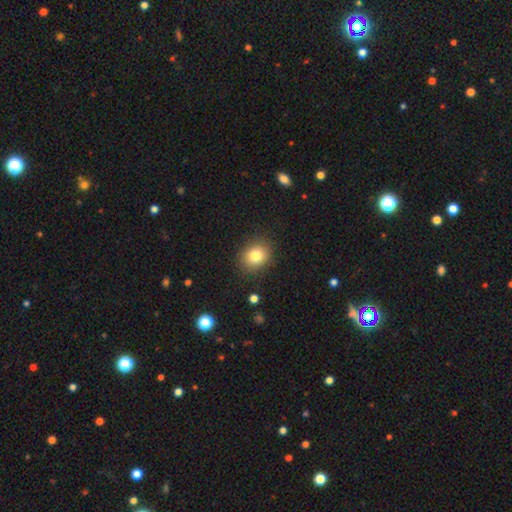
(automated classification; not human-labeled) This appears to be a smooth galaxy with no disk features (81%) that is round (59%). Merging: none (86%).